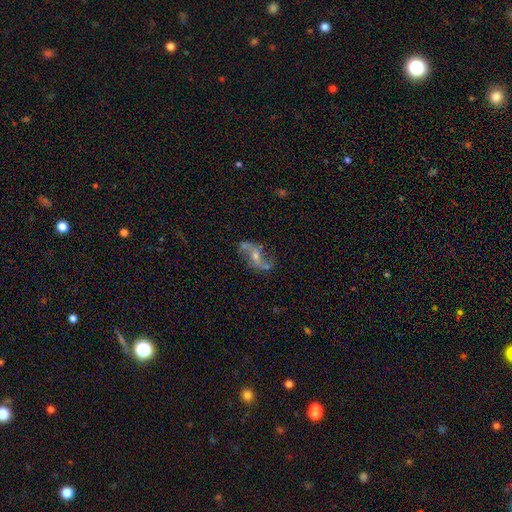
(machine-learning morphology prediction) A featured or disk galaxy (83%) with no bar (41%), 2 (91%) loose (79%) spiral arms (92%) and a moderate central bulge (52%).

Vote fractions:
- Smooth or featured? featured or disk: 83% / smooth: 9% / star or artifact: 8%
- Edge-on disk? no: 94% / yes: 6%
- Bar? no: 41% / weak: 38% / strong: 21%
- Spiral arms? yes: 92% / no: 8%
- Spiral winding? loose: 79% / medium: 16% / tight: 5%
- Spiral arm count? 2: 91% / can't tell: 3% / 1: 3% / 3: 1% / 4: 1% / more than 4: 1%
- Bulge size? moderate: 52% / small: 39% / none: 4% / large: 4% / dominant: 1%
- Merging? none: 68% / minor disturbance: 17% / major disturbance: 10% / merger: 5%